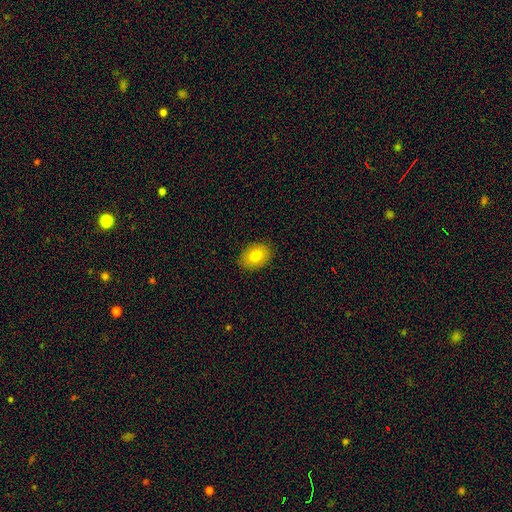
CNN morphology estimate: The model was most divided on "how rounded": in between: 72%, round: 27%, cigar-shaped: 1%. More confident: merging — none (89%); smooth or featured — smooth (79%).